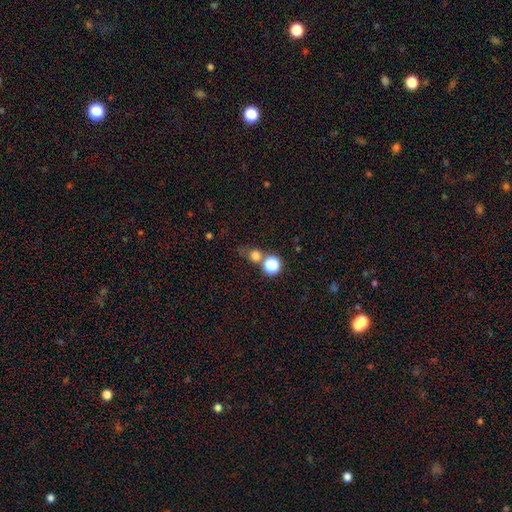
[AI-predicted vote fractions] smooth_or_featured: smooth (p=0.69) [alt: star or artifact p=0.23]
how_rounded: round (p=0.83) [alt: in between p=0.15]
merging: none (p=0.56) [alt: merger p=0.25]